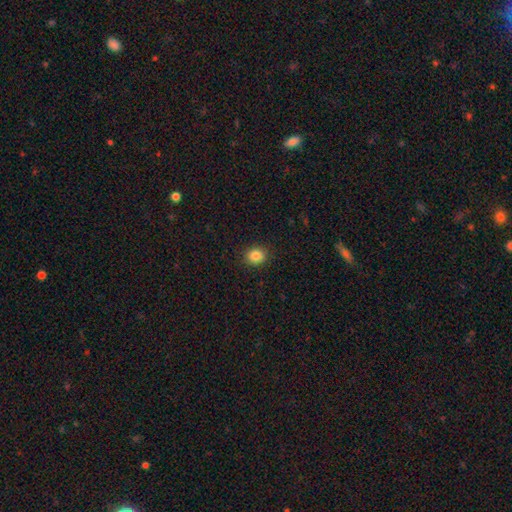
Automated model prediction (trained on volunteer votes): Smooth or featured? Predicted: smooth (p=0.85). How rounded? Predicted: round (p=0.70). Merging? Predicted: none (p=0.91).